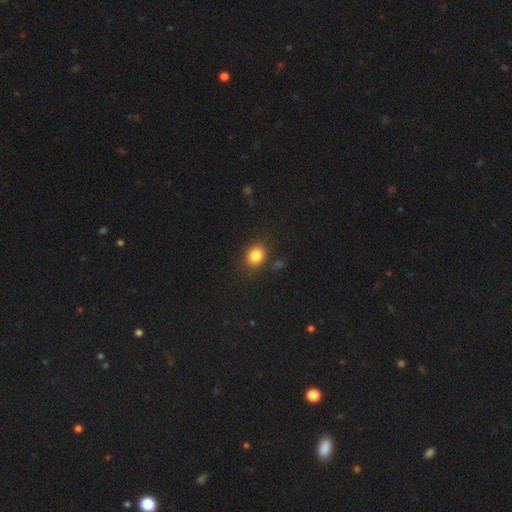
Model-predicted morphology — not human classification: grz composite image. It shows a smooth galaxy with no disk features (84%) that is round (61%). Merging: none (82%).